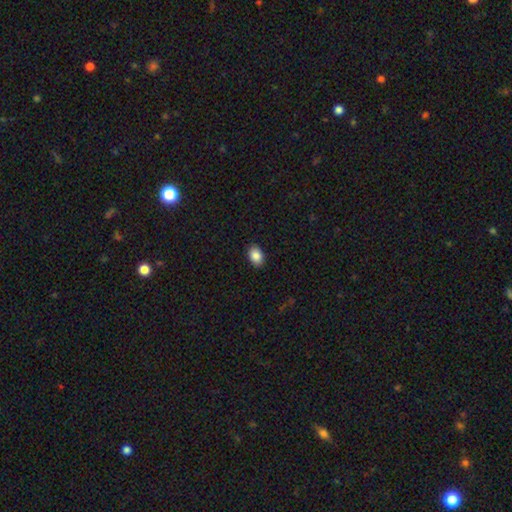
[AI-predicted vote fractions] Smooth or featured?
  - smooth: 88% *
  - star or artifact: 8%
  - featured or disk: 4%
How rounded?
  - in between: 82% *
  - round: 17%
  - cigar-shaped: 1%
Merging?
  - none: 90% *
  - minor disturbance: 7%
  - major disturbance: 2%
  - merger: 1%